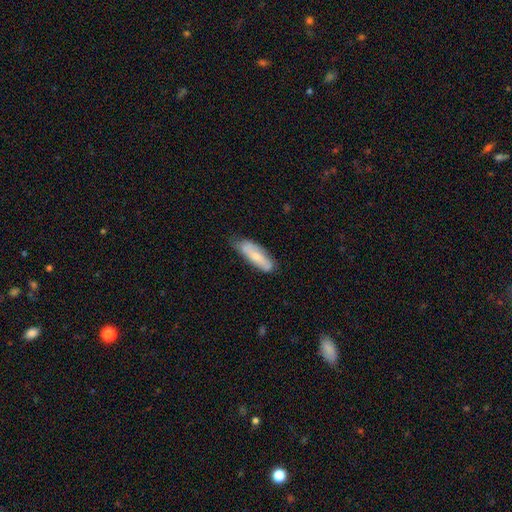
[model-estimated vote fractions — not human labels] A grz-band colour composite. It shows a smooth galaxy with no disk features (60%) that is in between round and cigar-shaped (51%). Merging: none (60%).